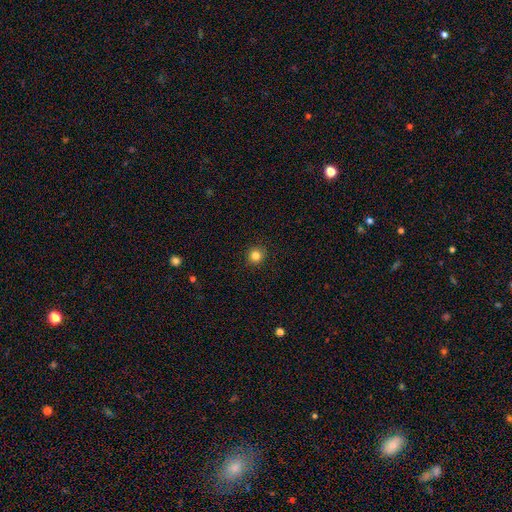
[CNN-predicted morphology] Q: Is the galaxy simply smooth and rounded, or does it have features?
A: smooth — 83%.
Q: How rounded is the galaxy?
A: round — 94%.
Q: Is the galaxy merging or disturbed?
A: none — 93%.